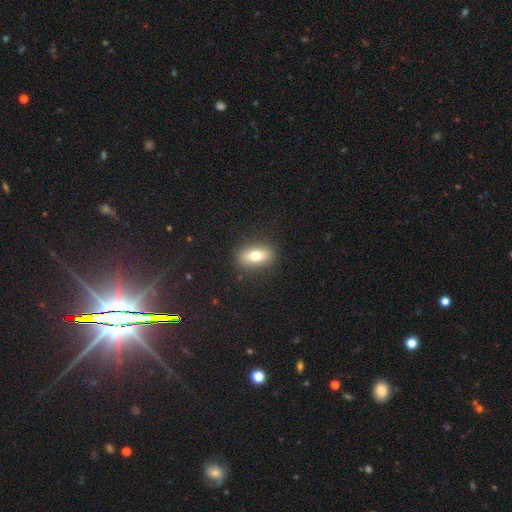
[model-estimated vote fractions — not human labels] Overall: smooth (68%). How rounded: in between (77%). Merging: none (87%).